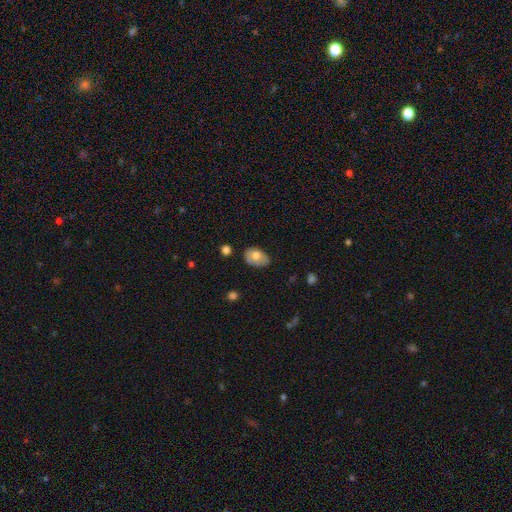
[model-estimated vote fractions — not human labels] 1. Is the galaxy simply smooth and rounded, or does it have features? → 72% smooth, 20% featured or disk, 8% star or artifact.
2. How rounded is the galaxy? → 85% in between, 14% round, 1% cigar-shaped.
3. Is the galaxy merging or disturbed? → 60% none, 31% minor disturbance, 6% major disturbance, 2% merger.